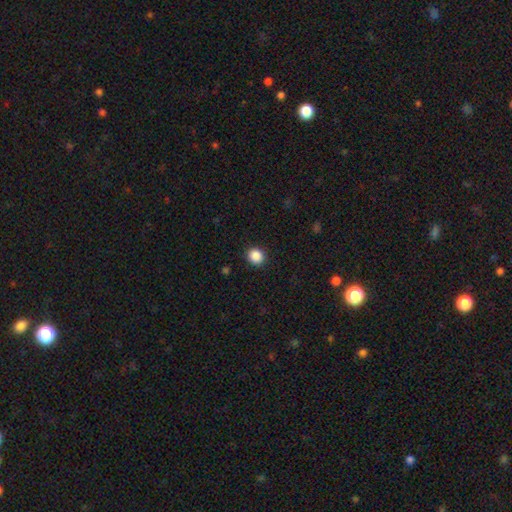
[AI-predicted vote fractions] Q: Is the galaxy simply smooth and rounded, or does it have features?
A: smooth — 88%.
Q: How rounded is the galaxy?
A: round — 84%.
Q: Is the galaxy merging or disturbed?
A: none — 91%.